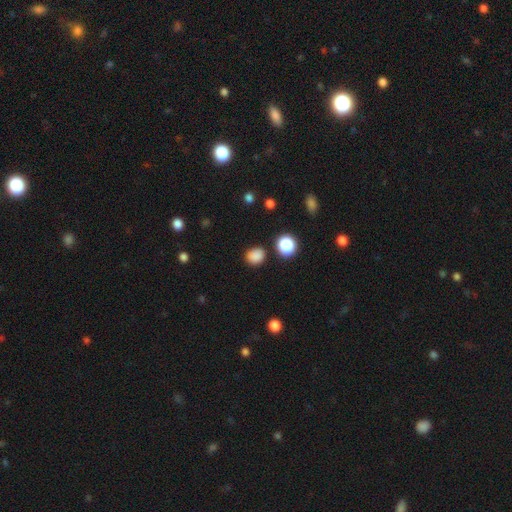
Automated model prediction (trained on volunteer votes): This is clearly a smooth galaxy (84%). How rounded: likely round (63%). Merging: clearly none (84%).